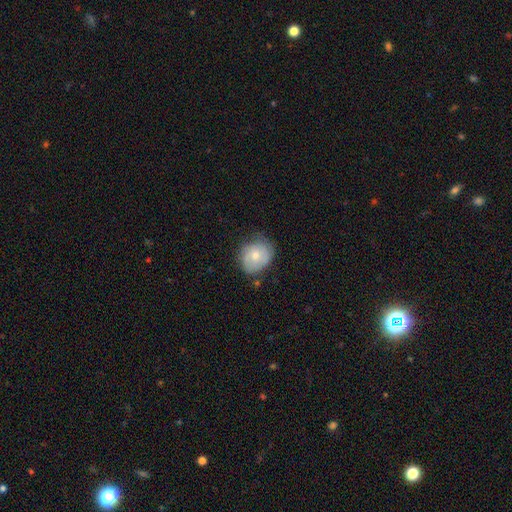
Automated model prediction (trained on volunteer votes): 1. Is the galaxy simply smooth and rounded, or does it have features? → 53% smooth, 40% featured or disk, 7% star or artifact.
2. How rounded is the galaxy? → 61% round, 38% in between, 1% cigar-shaped.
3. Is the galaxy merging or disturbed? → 62% none, 28% minor disturbance, 8% major disturbance, 2% merger.